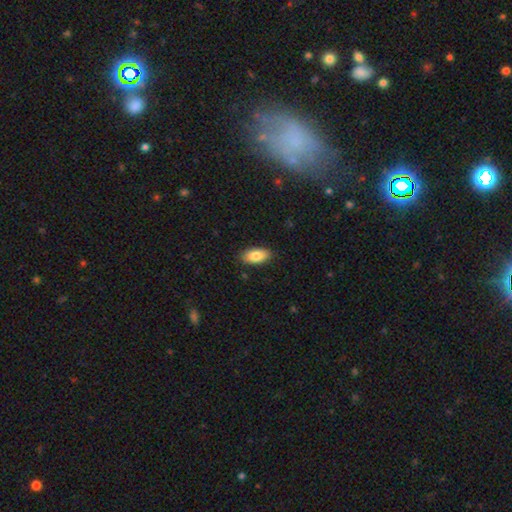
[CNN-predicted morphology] Q: Smooth or featured?
A: smooth (83%); runner-up: featured or disk (10%)
Q: How rounded?
A: in between (91%); runner-up: cigar-shaped (6%)
Q: Merging?
A: none (88%); runner-up: minor disturbance (9%)